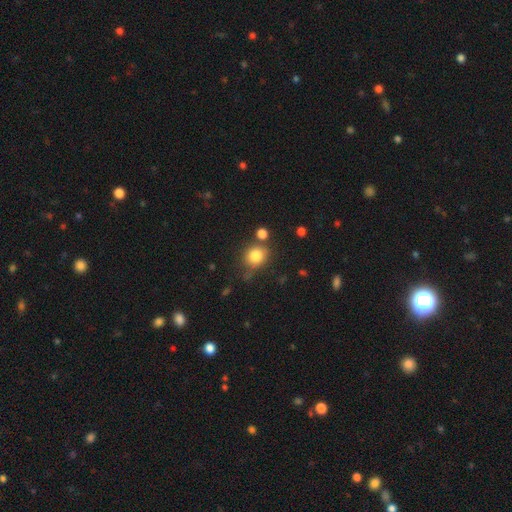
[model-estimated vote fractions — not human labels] Smooth or featured? smooth (82%)
How rounded? round (76%)
Merging? none (63%)